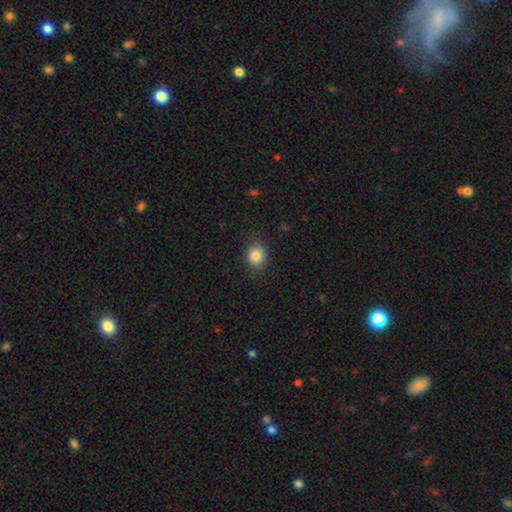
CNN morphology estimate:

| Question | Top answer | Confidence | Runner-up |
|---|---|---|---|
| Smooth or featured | smooth | 85% | star or artifact (10%) |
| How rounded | round | 70% | in between (29%) |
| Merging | none | 84% | minor disturbance (11%) |